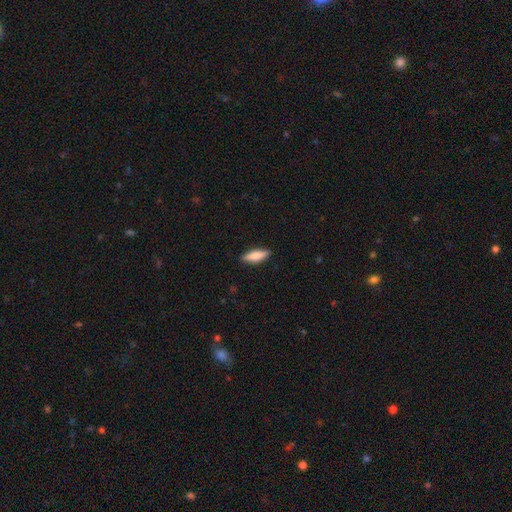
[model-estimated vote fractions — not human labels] Smooth or featured? Predicted: smooth (p=0.78). How rounded? Predicted: cigar-shaped (p=0.49, tied with in between). Merging? Predicted: none (p=0.89).